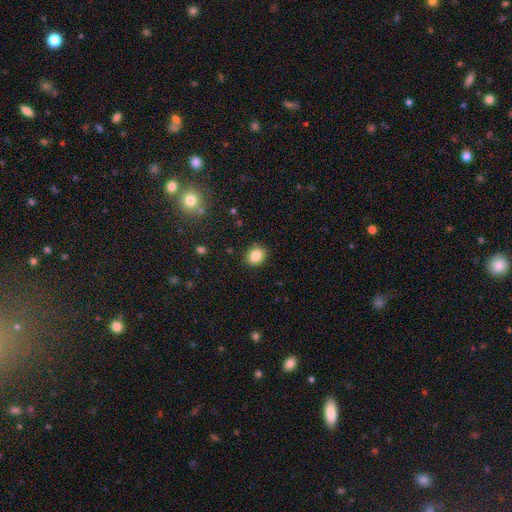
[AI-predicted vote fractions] Morphology: type=smooth (86%); roundness=round (66%); merging=none (89%).